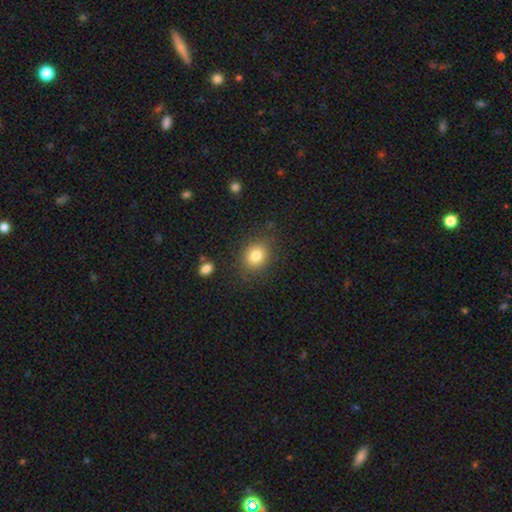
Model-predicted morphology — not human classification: Smooth or featured? smooth (82%)
How rounded? round (60%)
Merging? none (82%)